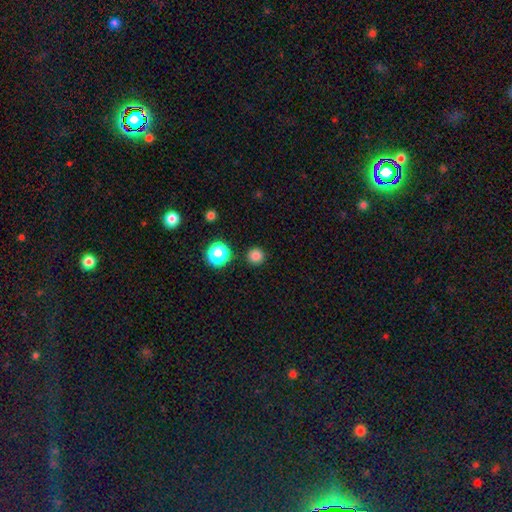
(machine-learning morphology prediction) Overall: smooth (80%). How rounded: round (96%). Merging: none (90%).